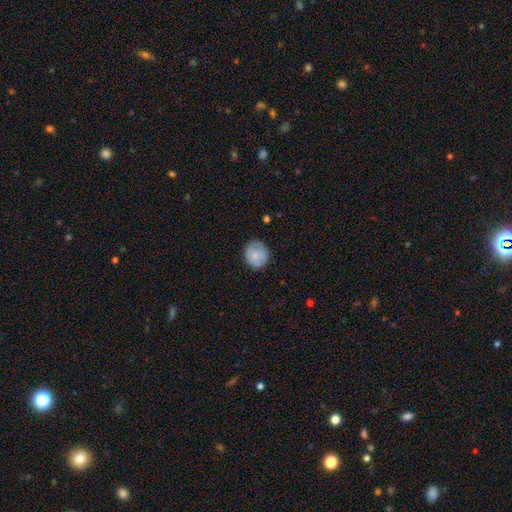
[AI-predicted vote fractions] smooth-or-featured: smooth: 74% | featured or disk: 18% | star or artifact: 7%
  how-rounded: round: 86% | in between: 13% | cigar-shaped: 1%
  merging: none: 76% | minor disturbance: 18% | major disturbance: 4% | merger: 1%